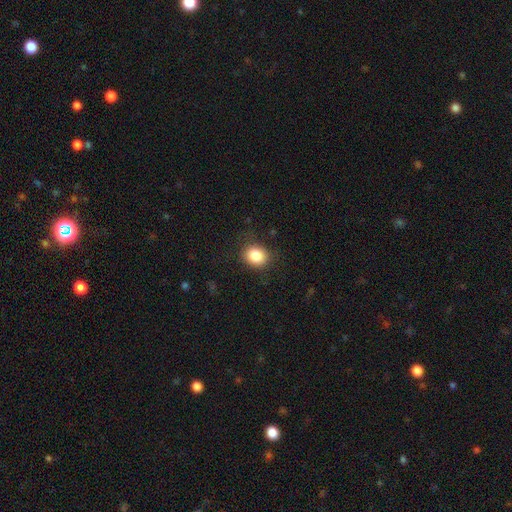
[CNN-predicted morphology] smooth 84%, star or artifact 10%, featured or disk 6%. Down the decision tree: how rounded — round (59%); merging — none (83%).